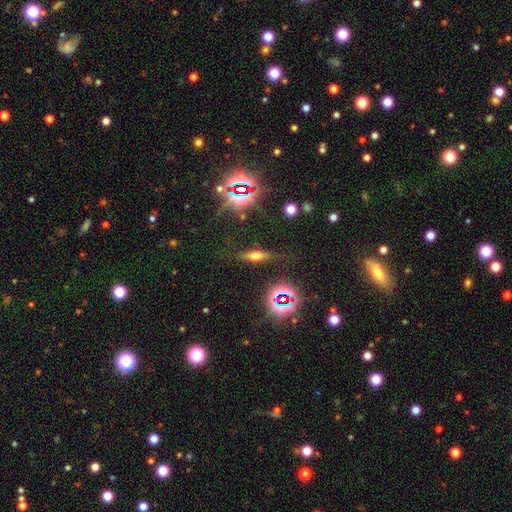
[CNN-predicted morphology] smooth-or-featured: featured or disk: 44% | smooth: 33% | star or artifact: 23%
  merging: none: 78% | minor disturbance: 13% | major disturbance: 5% | merger: 3%